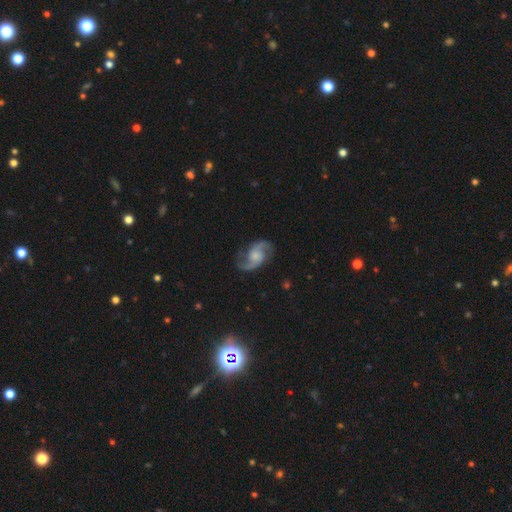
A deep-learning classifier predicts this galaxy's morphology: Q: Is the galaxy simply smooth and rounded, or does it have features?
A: featured or disk — 89%.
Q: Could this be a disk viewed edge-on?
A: no — 98%.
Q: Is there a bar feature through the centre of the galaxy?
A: no — 62%.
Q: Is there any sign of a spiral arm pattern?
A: yes — 97%.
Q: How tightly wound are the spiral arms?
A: medium — 47%.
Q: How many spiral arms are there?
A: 2 — 94%.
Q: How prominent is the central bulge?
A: moderate — 40%.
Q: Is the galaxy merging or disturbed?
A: none — 81%.